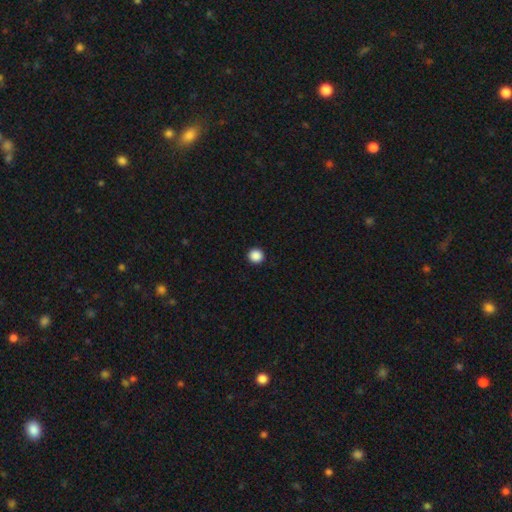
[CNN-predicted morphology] type=smooth (88%); roundness=round (95%); merging=none (94%).